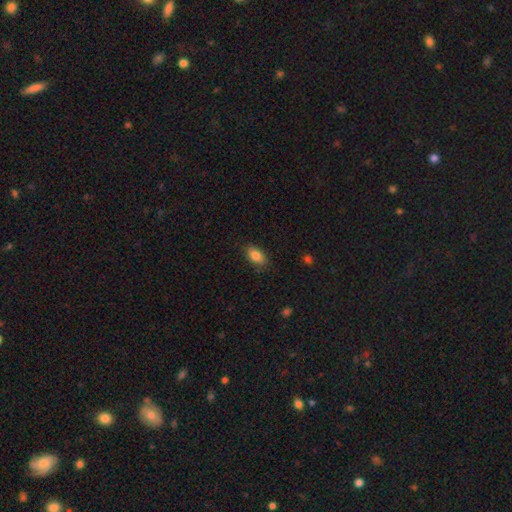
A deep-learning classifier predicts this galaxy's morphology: smooth 85%, star or artifact 8%, featured or disk 7%. Down the decision tree: how rounded — in between (90%); merging — none (84%).